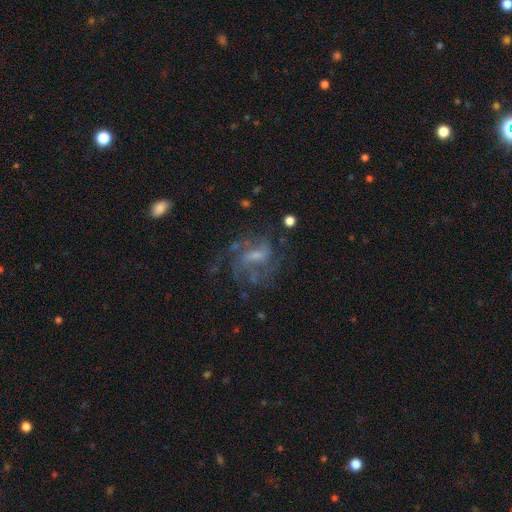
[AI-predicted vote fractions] Overall: featured or disk (76%). Edge-on disk: no (97%). Bar: weak (53%; no 33%). Spiral arms: yes (86%). Spiral arm count: can't tell (32%; 3 24%). Spiral winding: medium (48%; tight 28%). Bulge size: small (45%; moderate 35%). Merging: none (57%; major disturbance 21%).